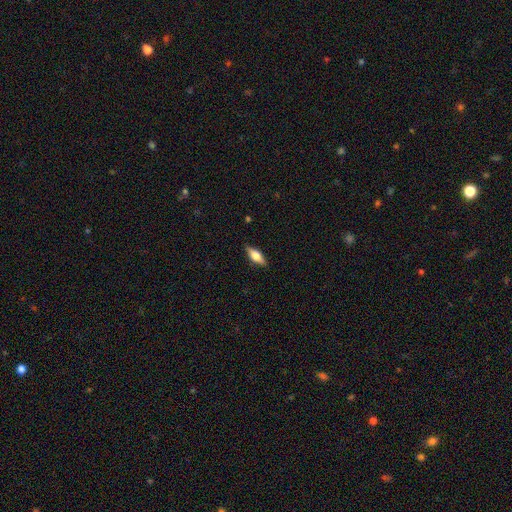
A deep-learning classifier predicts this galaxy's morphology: Smooth or featured? Predicted: smooth (p=0.58). How rounded? Predicted: in between (p=0.65). Merging? Predicted: none (p=0.87).